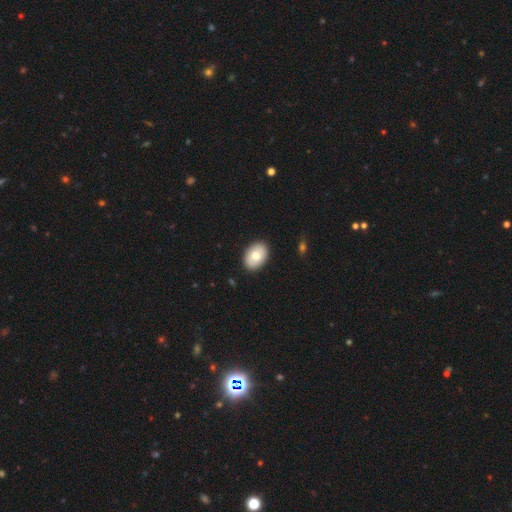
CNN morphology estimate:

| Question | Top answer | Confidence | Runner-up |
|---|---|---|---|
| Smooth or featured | smooth | 75% | featured or disk (18%) |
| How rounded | in between | 86% | round (13%) |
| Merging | none | 89% | minor disturbance (8%) |